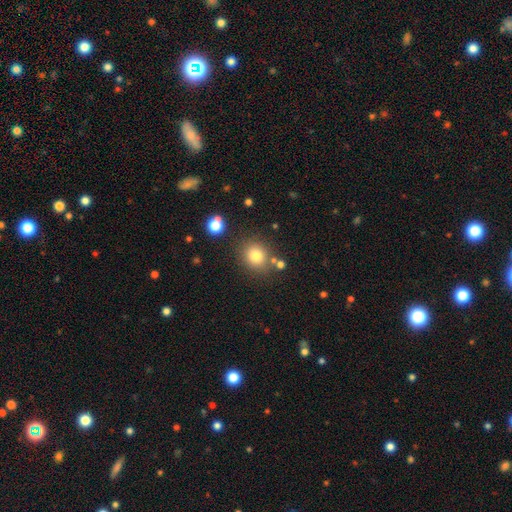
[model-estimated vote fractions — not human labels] Smooth or featured: smooth — 80% (star or artifact — 13%)
How rounded: round — 83% (in between — 16%)
Merging: none — 80% (minor disturbance — 9%)